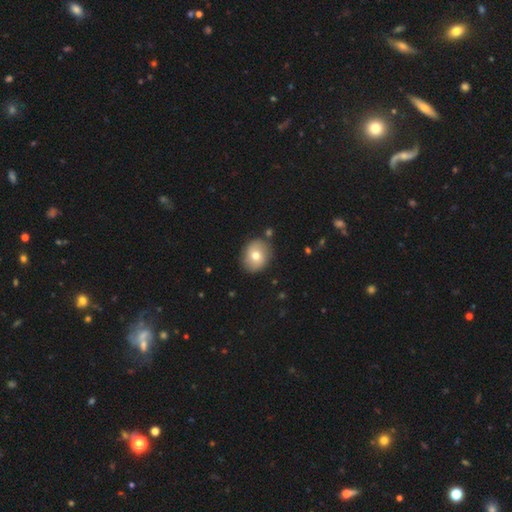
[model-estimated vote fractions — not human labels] The model was most divided on "how rounded": round: 62%, in between: 37%, cigar-shaped: 1%. More confident: merging — none (85%); smooth or featured — smooth (72%).